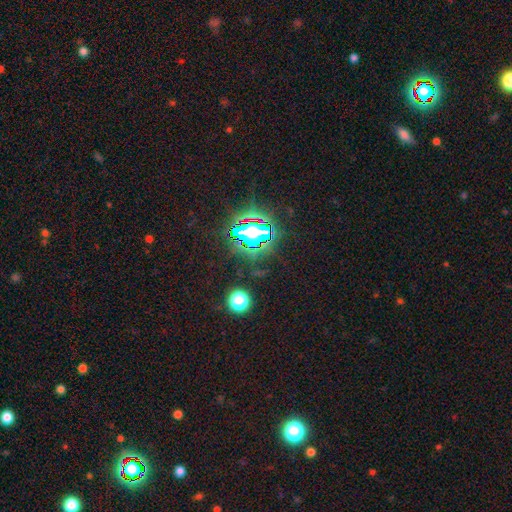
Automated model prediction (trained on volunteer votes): A star or artifact, not a galaxy (81%).

Vote fractions:
- Smooth or featured? star or artifact: 81% / smooth: 12% / featured or disk: 7%